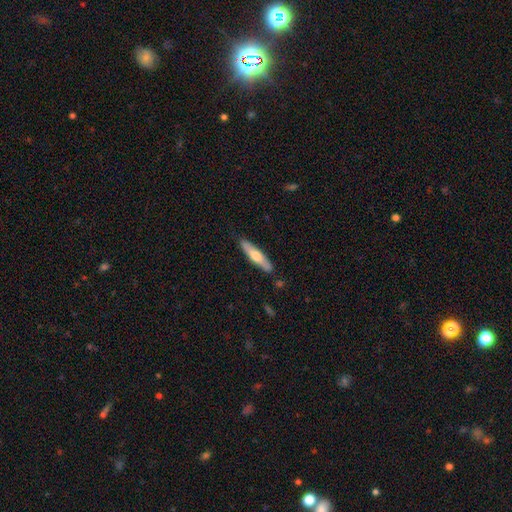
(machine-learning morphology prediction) Smooth or featured?
  - smooth: 57% *
  - featured or disk: 38%
  - star or artifact: 5%
How rounded?
  - cigar-shaped: 81% *
  - in between: 17%
  - round: 1%
Merging?
  - none: 87% *
  - minor disturbance: 10%
  - major disturbance: 2%
  - merger: 2%